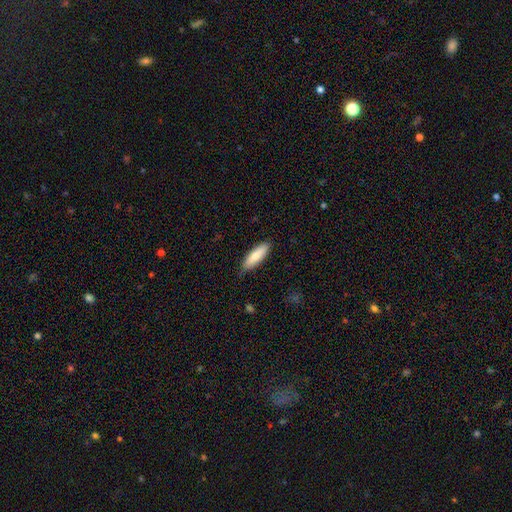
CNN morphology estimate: A smooth galaxy with no disk features (79%) that is cigar-shaped (49%, tied with in between). Merging: none (81%).